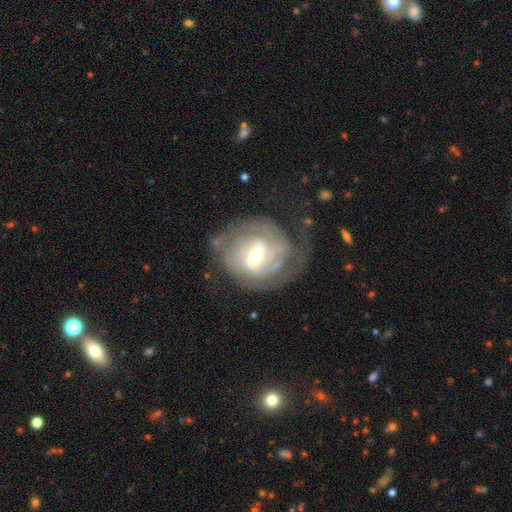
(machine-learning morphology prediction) type=featured or disk (83%); edge-on=no (97%); bar=weak (49%); spiral arms=yes (91%); winding=tight (63%); arm count=2 (37%); bulge=moderate (61%); merging=none (57%).